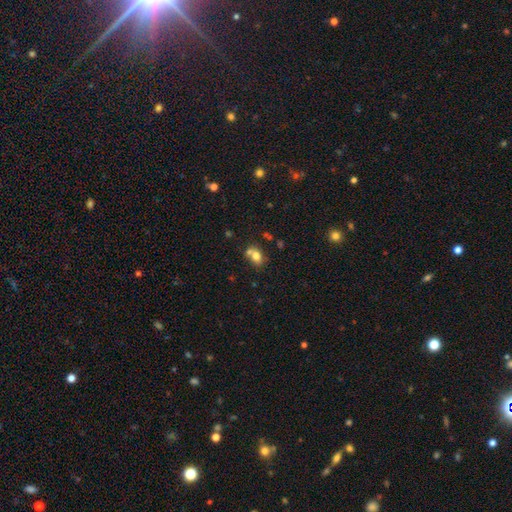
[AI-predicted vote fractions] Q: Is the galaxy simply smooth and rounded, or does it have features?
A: smooth — 75%.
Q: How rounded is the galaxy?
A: in between — 58%.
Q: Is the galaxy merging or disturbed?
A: none — 46%.